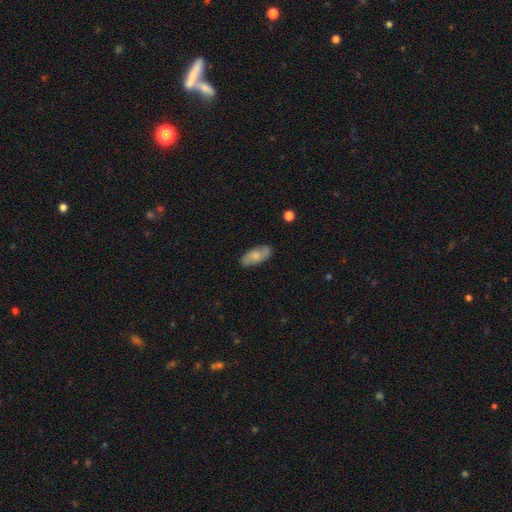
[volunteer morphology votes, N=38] smooth 61%, featured or disk 34%, star or artifact 5%. Down the decision tree: how rounded — in between (91%); merging — none (81%).